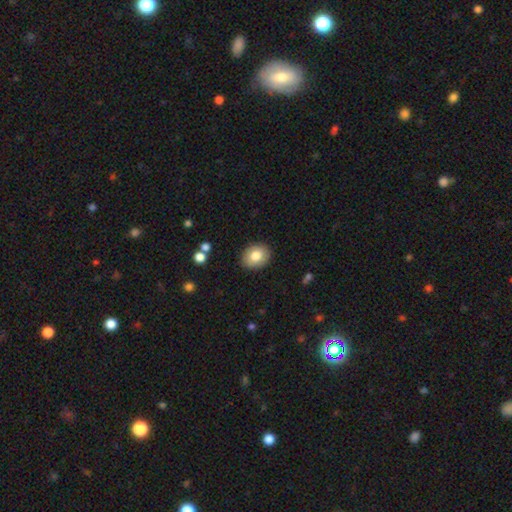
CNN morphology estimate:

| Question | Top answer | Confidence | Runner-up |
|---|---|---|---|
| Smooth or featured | smooth | 81% | featured or disk (11%) |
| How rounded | in between | 54% | round (46%) |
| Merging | none | 89% | minor disturbance (8%) |